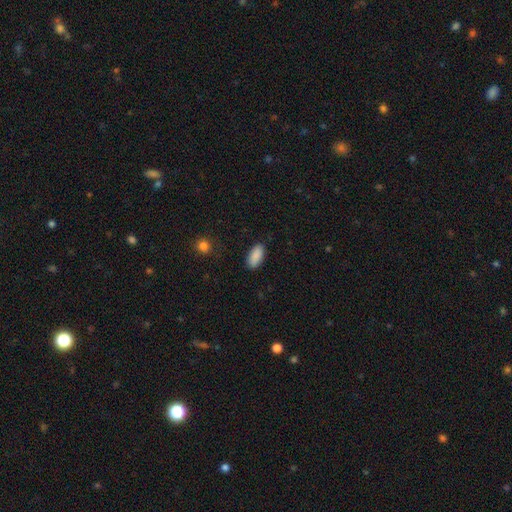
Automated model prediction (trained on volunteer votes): Q: Smooth or featured?
A: smooth (90%); runner-up: star or artifact (7%)
Q: How rounded?
A: in between (91%); runner-up: cigar-shaped (7%)
Q: Merging?
A: none (88%); runner-up: minor disturbance (9%)